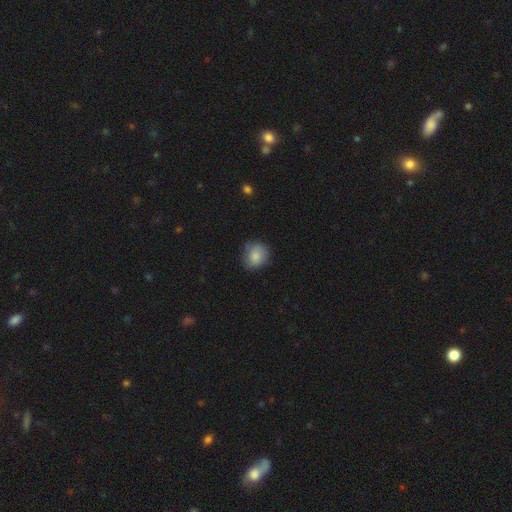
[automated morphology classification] The model was most divided on "how rounded": round: 73%, in between: 26%, cigar-shaped: 1%. More confident: smooth or featured — smooth (82%); merging — none (71%).